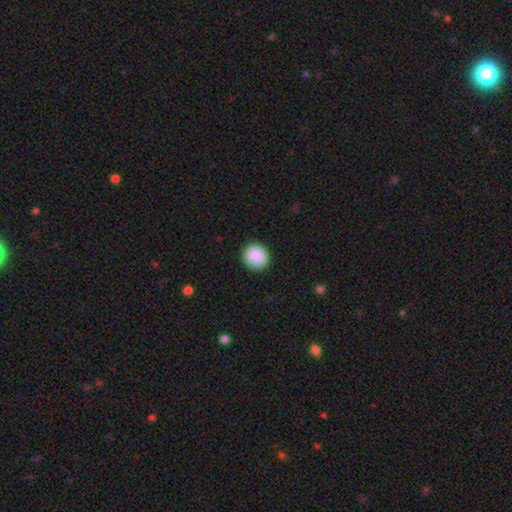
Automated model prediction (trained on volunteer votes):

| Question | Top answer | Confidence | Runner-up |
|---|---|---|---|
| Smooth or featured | smooth | 89% | star or artifact (8%) |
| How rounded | round | 88% | in between (11%) |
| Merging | none | 89% | minor disturbance (8%) |